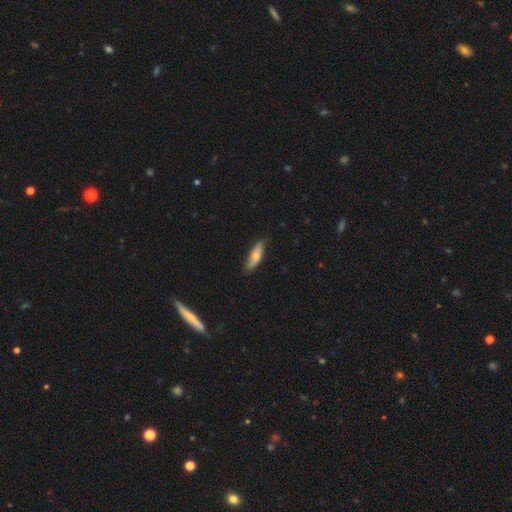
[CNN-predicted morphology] A smooth galaxy with no disk features (66%) that is in between round and cigar-shaped (53%).

Vote fractions:
- Smooth or featured? smooth: 66% / featured or disk: 28% / star or artifact: 6%
- How rounded? in between: 53% / cigar-shaped: 45% / round: 2%
- Merging? none: 80% / minor disturbance: 16% / major disturbance: 2% / merger: 1%